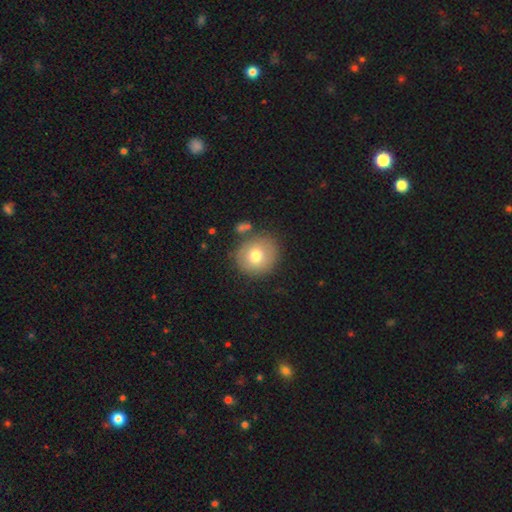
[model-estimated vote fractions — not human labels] Smooth or featured? Predicted: smooth (p=0.75). How rounded? Predicted: round (p=0.89). Merging? Predicted: none (p=0.78).